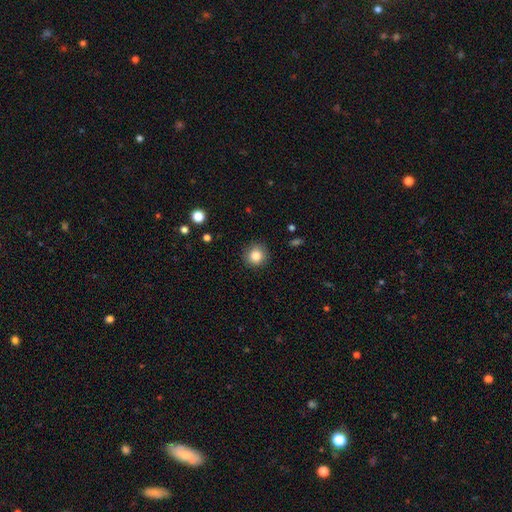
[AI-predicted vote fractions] smooth-or-featured: smooth: 85% | star or artifact: 10% | featured or disk: 5%
  how-rounded: round: 92% | in between: 7% | cigar-shaped: 1%
  merging: none: 89% | minor disturbance: 8% | major disturbance: 2% | merger: 1%